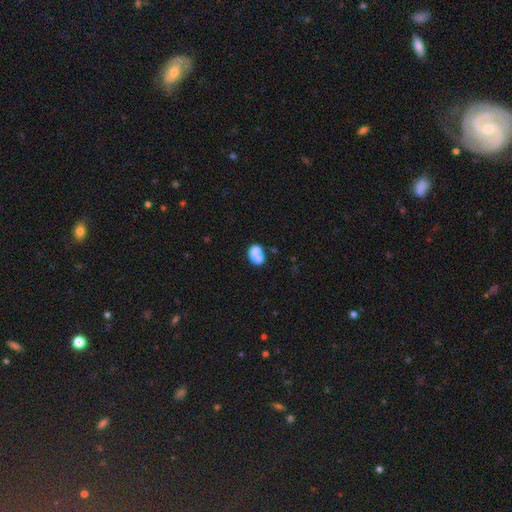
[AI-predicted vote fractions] Morphology: type=smooth (72%); roundness=in between (77%); merging=merger (38%).